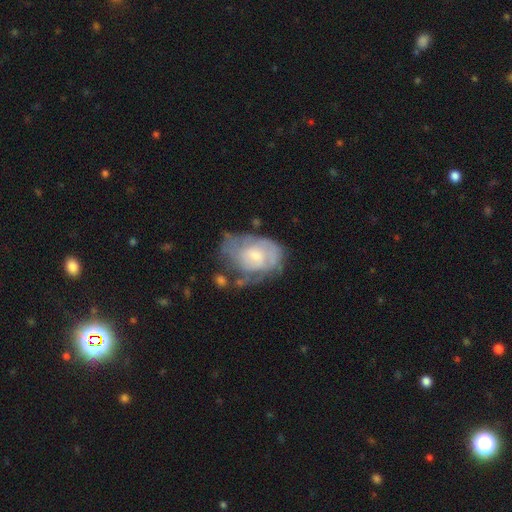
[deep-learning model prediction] Q: Smooth or featured?
A: featured or disk (66%); runner-up: smooth (28%)
Q: Edge-on disk?
A: no (97%); runner-up: yes (3%)
Q: Bar?
A: no (71%); runner-up: weak (26%)
Q: Spiral arms?
A: yes (70%); runner-up: no (30%)
Q: Bulge size?
A: moderate (46%); runner-up: small (45%)
Q: Merging?
A: none (39%); runner-up: minor disturbance (31%)